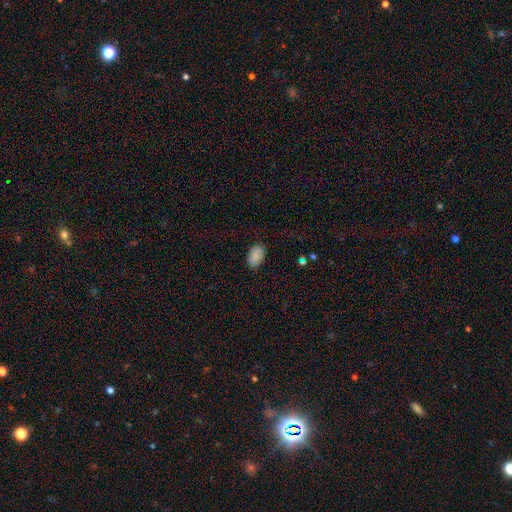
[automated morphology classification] A smooth galaxy with no disk features (87%) that is in between round and cigar-shaped (92%).

Vote fractions:
- Smooth or featured? smooth: 87% / star or artifact: 7% / featured or disk: 6%
- How rounded? in between: 92% / round: 7% / cigar-shaped: 1%
- Merging? none: 86% / minor disturbance: 10% / major disturbance: 2% / merger: 1%